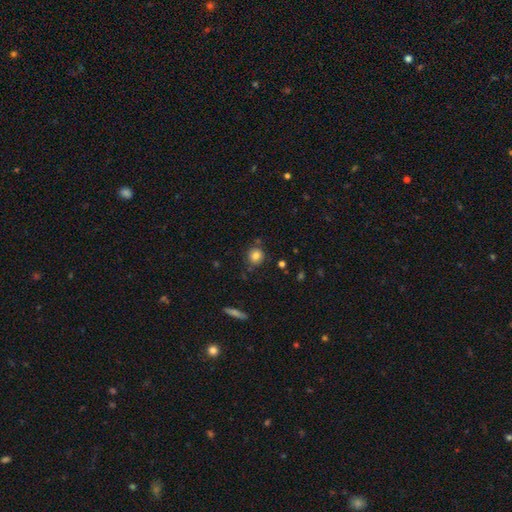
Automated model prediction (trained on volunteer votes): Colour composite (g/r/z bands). It shows a smooth galaxy with no disk features (82%) that is round (87%). Merging: none (79%).